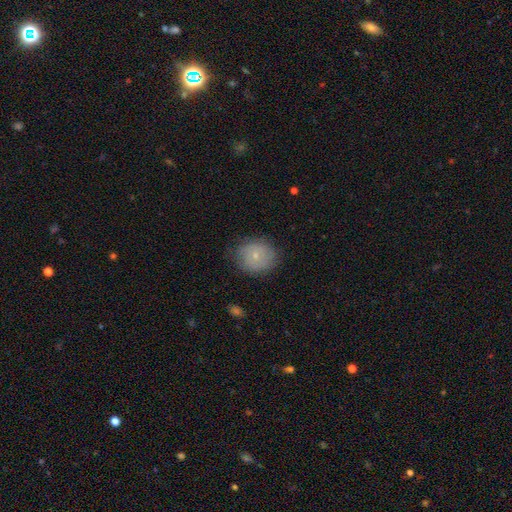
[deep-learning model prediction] Overall: smooth (62%; featured or disk 31%). How rounded: round (74%). Merging: none (78%).